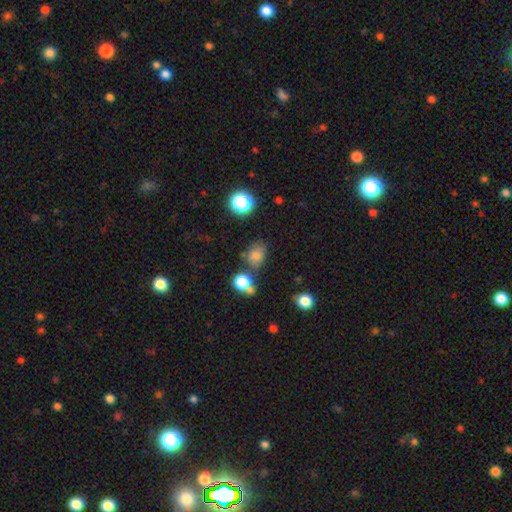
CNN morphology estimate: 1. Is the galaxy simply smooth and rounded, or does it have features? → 74% smooth, 17% star or artifact, 8% featured or disk.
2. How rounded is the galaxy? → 56% in between, 42% round, 1% cigar-shaped.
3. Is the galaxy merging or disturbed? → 59% none, 19% minor disturbance, 14% merger, 8% major disturbance.